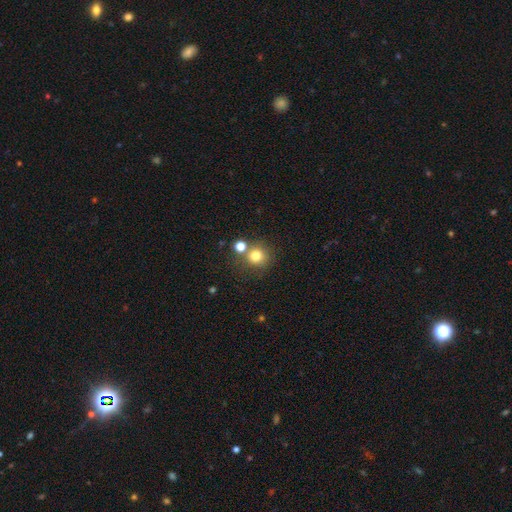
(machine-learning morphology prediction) This appears to be a smooth galaxy with no disk features (78%) that is round (90%). Merging: none (68%).